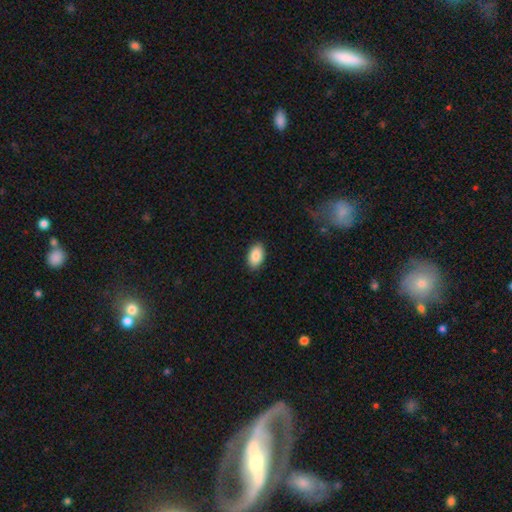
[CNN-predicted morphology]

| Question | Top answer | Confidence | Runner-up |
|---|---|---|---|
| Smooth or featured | smooth | 89% | star or artifact (7%) |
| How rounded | in between | 93% | round (6%) |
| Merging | none | 89% | minor disturbance (8%) |